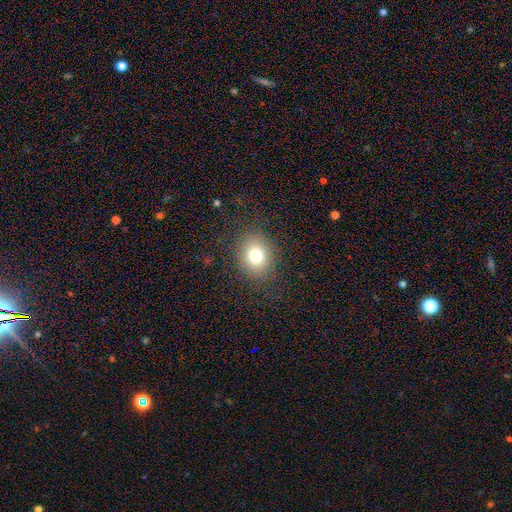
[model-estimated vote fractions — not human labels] smooth_or_featured: smooth (p=0.79) [alt: star or artifact p=0.12]
how_rounded: round (p=0.58) [alt: in between p=0.41]
merging: none (p=0.83) [alt: minor disturbance p=0.10]